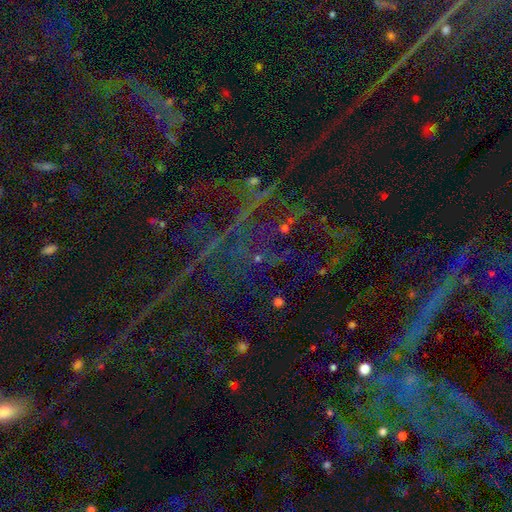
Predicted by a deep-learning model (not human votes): Smooth or featured?
  - star or artifact: 81% *
  - featured or disk: 10%
  - smooth: 9%